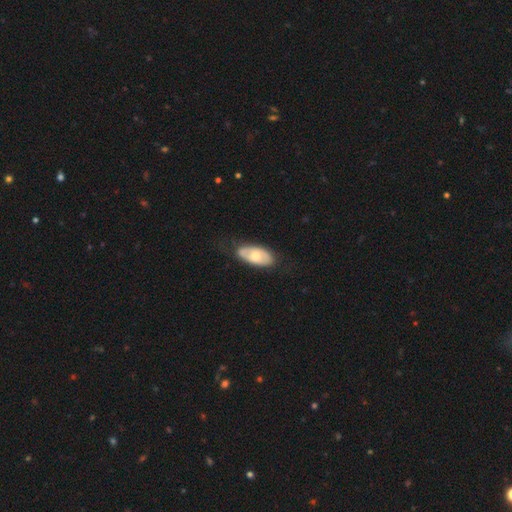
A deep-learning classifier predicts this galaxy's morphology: smooth-or-featured: smooth: 52% | featured or disk: 43% | star or artifact: 5%
  how-rounded: in between: 90% | cigar-shaped: 6% | round: 4%
  merging: none: 69% | minor disturbance: 22% | major disturbance: 7% | merger: 2%